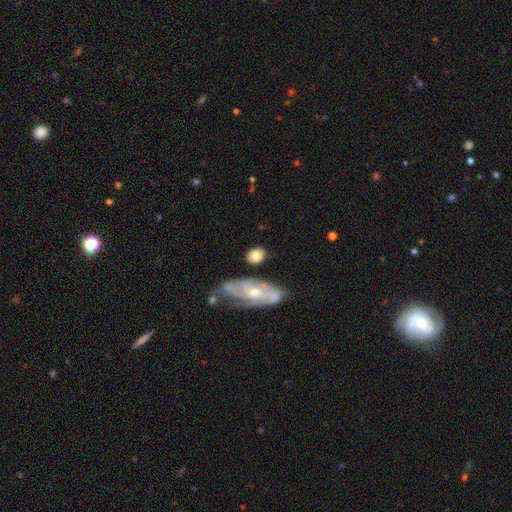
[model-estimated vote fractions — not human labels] Overall: smooth (69%). How rounded: in between (63%; round 34%). Merging: none (63%).